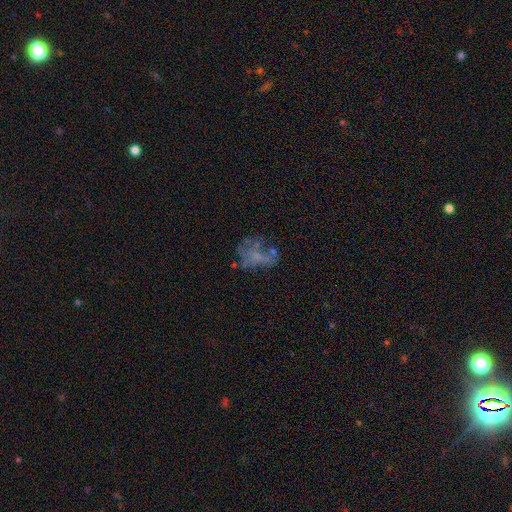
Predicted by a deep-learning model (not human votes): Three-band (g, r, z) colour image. It shows a featured or disk galaxy (46%). Merging: none (39%).